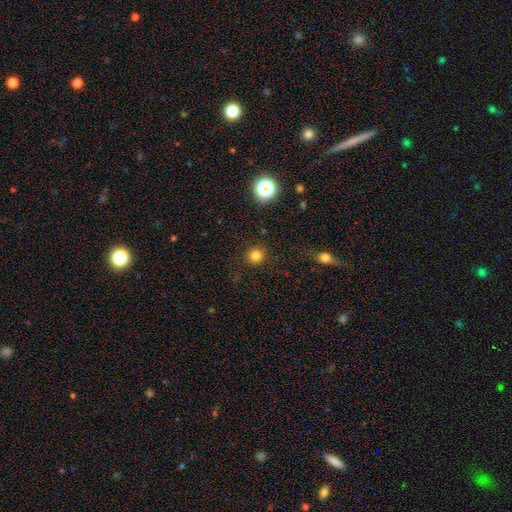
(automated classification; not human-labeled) A smooth galaxy with no disk features (79%) that is round (94%).

Vote fractions:
- Smooth or featured? smooth: 79% / star or artifact: 16% / featured or disk: 5%
- How rounded? round: 94% / in between: 5% / cigar-shaped: 1%
- Merging? none: 90% / minor disturbance: 6% / major disturbance: 2% / merger: 1%